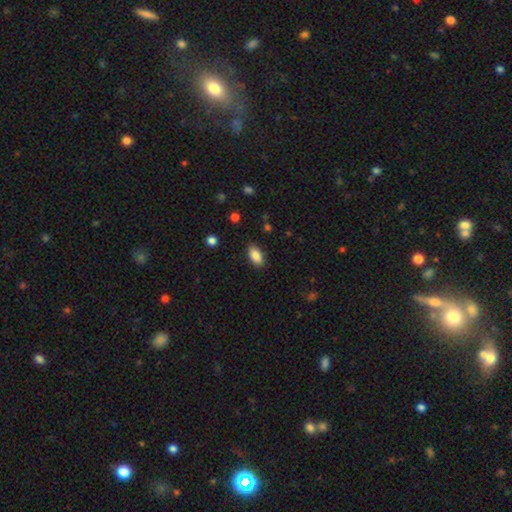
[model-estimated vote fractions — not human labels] Smooth or featured? smooth (87%)
How rounded? in between (92%)
Merging? none (87%)